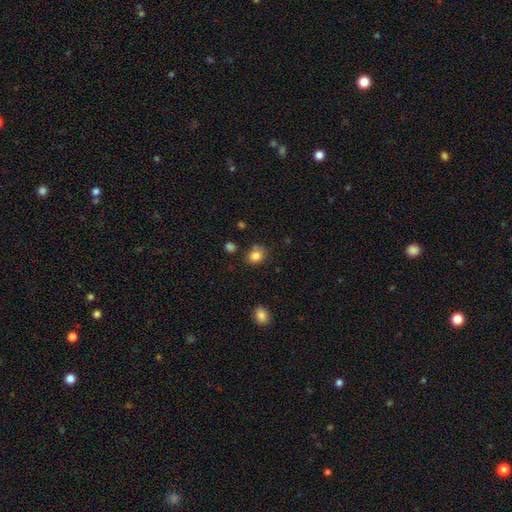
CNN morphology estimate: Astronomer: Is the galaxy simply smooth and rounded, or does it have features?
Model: smooth — 84%.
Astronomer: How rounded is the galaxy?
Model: round — 56% (runner-up: in between, 43%).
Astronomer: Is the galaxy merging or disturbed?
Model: none — 71%.